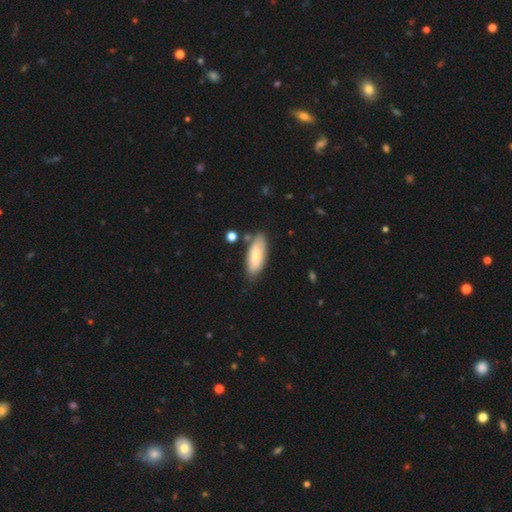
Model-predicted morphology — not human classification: Smooth or featured? smooth (69%)
How rounded? in between (75%)
Merging? none (73%)